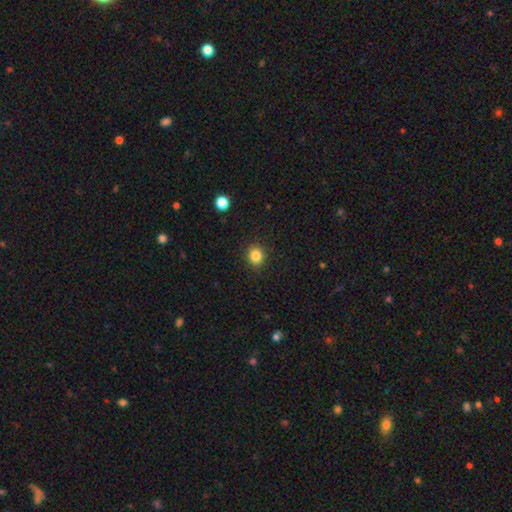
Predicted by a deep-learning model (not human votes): smooth 84%, star or artifact 11%, featured or disk 5%. Down the decision tree: how rounded — round (79%); merging — none (90%).